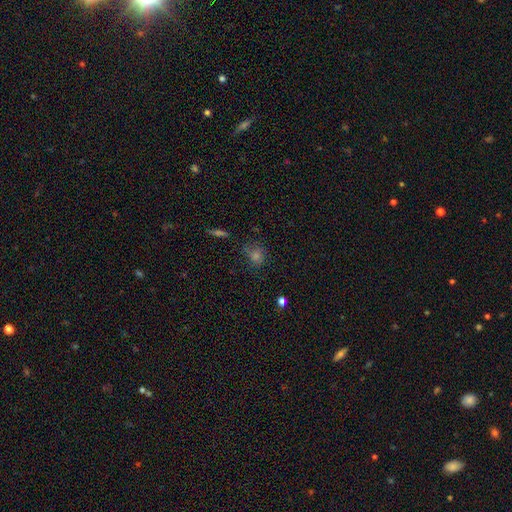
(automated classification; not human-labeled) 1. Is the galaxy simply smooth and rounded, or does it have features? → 58% smooth, 30% star or artifact, 13% featured or disk.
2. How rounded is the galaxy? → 68% round, 30% in between, 3% cigar-shaped.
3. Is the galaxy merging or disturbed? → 65% none, 21% minor disturbance, 10% major disturbance, 4% merger.